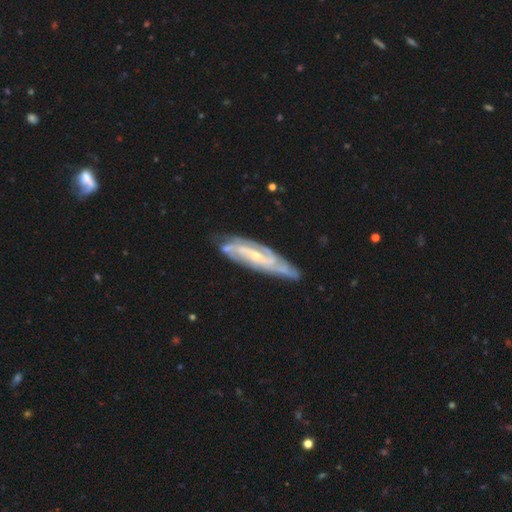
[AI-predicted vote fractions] This appears to be a featured or disk galaxy (86%) with no bar (42%), 2 (41%) tight (51%) spiral arms (96%) and a small central bulge (74%). Merging: none (72%).